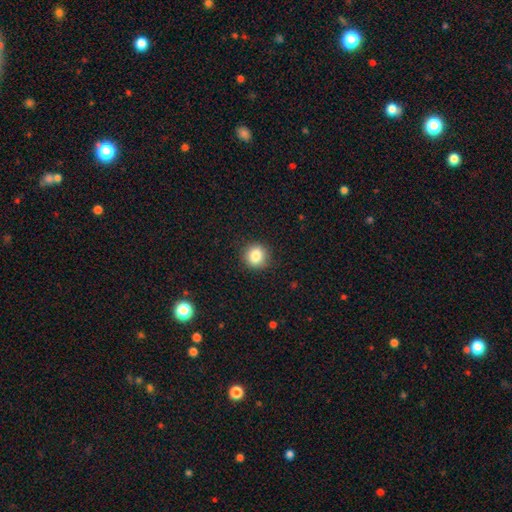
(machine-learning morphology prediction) Smooth or featured?
  - smooth: 84% *
  - star or artifact: 10%
  - featured or disk: 6%
How rounded?
  - round: 88% *
  - in between: 11%
  - cigar-shaped: 1%
Merging?
  - none: 89% *
  - minor disturbance: 8%
  - major disturbance: 2%
  - merger: 1%